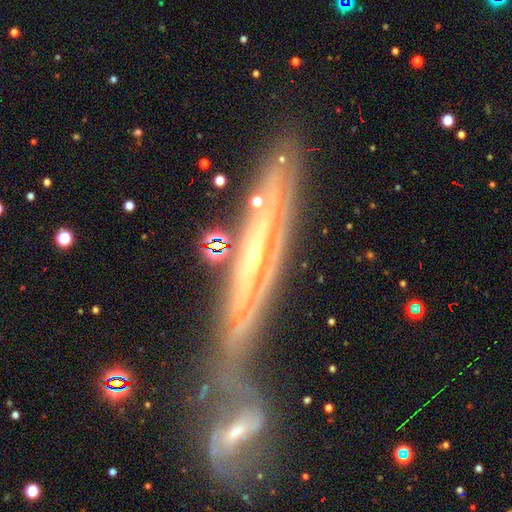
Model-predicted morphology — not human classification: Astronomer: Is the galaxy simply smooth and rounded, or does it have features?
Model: featured or disk — 84%.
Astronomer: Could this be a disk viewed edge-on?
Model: yes — 64%.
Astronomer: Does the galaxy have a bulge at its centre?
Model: rounded — 52% (runner-up: none, 42%).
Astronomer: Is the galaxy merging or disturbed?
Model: none — 42% (runner-up: merger, 35%).